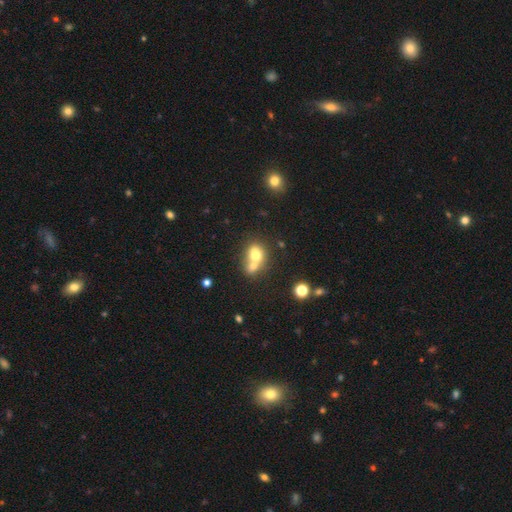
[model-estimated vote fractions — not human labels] This appears to be a smooth galaxy with no disk features (67%) that is in between round and cigar-shaped (51%). Merging: merger (65%).